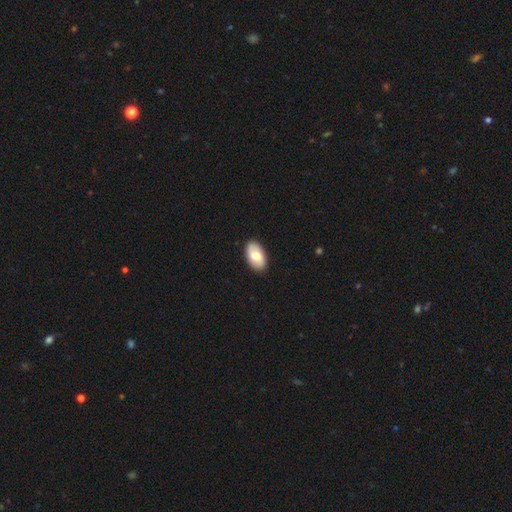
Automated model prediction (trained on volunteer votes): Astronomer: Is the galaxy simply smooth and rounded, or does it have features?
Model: smooth — 75%.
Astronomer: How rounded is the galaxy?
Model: in between — 95%.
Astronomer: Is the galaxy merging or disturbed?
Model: none — 88%.